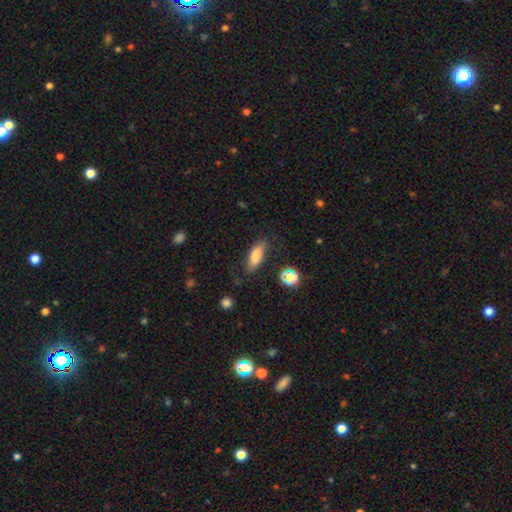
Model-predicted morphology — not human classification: smooth 76%, featured or disk 14%, star or artifact 10%. Down the decision tree: how rounded — in between (66%); merging — none (72%).